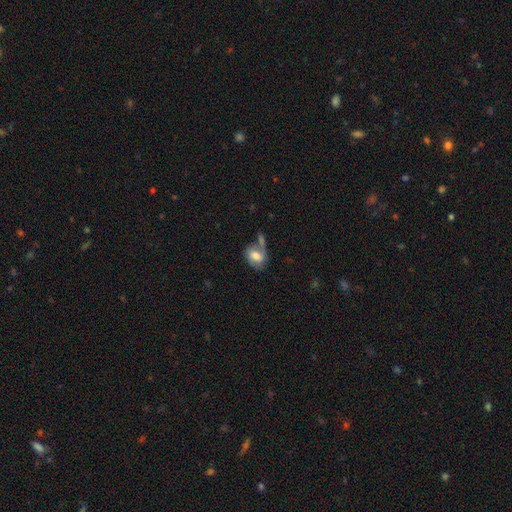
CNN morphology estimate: This is likely a smooth galaxy (63%). How rounded: likely in between (69%). Merging: marginally none (36%).